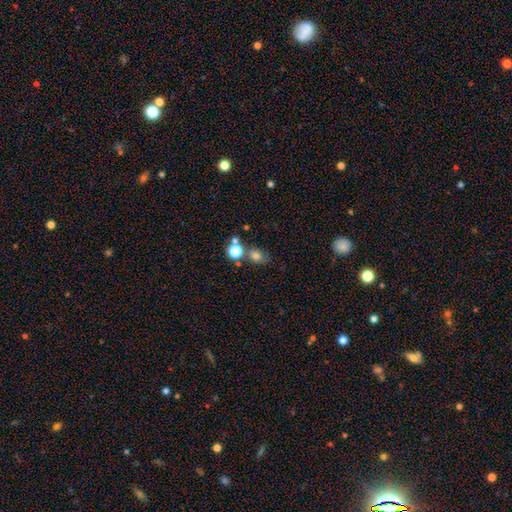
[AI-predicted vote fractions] A smooth galaxy with no disk features (74%) that is round (52%). Merging: none (61%).